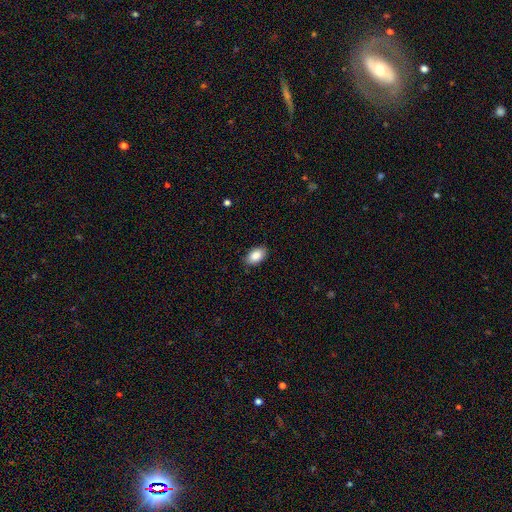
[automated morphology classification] Smooth or featured?
  - smooth: 88% *
  - star or artifact: 7%
  - featured or disk: 5%
How rounded?
  - in between: 91% *
  - round: 7%
  - cigar-shaped: 1%
Merging?
  - none: 87% *
  - minor disturbance: 10%
  - major disturbance: 2%
  - merger: 1%